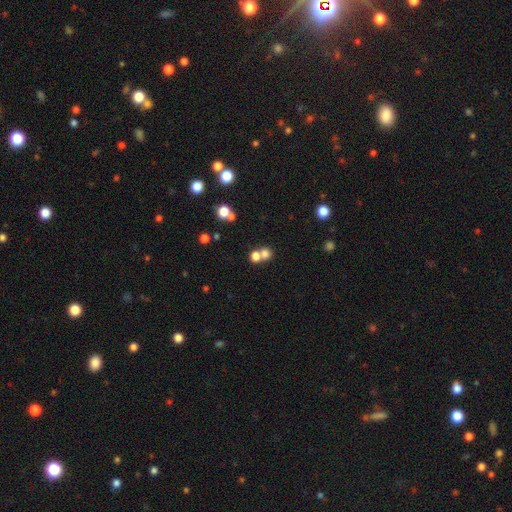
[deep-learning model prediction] A smooth galaxy with no disk features (72%) that is round (80%).

Vote fractions:
- Smooth or featured? smooth: 72% / star or artifact: 17% / featured or disk: 11%
- How rounded? round: 80% / in between: 19% / cigar-shaped: 1%
- Merging? merger: 48% / none: 43% / minor disturbance: 6% / major disturbance: 3%